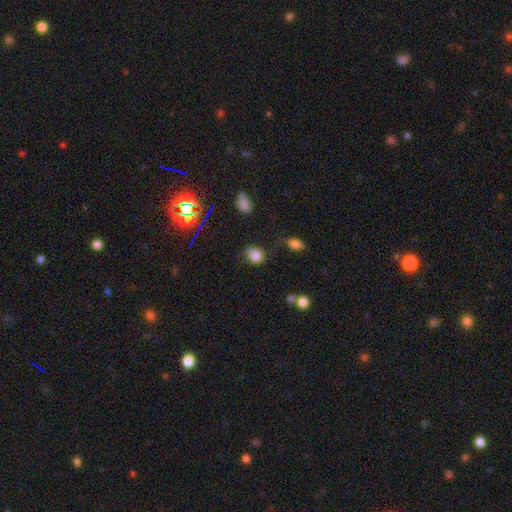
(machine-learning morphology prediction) Smooth or featured? Predicted: smooth (p=0.79). How rounded? Predicted: in between (p=0.52). Merging? Predicted: none (p=0.53).